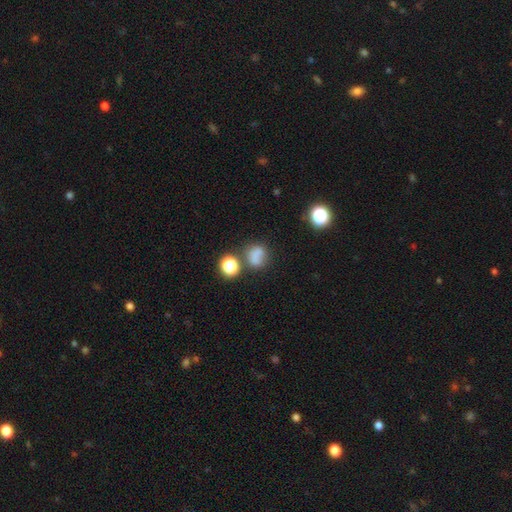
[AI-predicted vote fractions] smooth 69%, star or artifact 17%, featured or disk 14%. Down the decision tree: how rounded — round (62%); merging — none (47%).